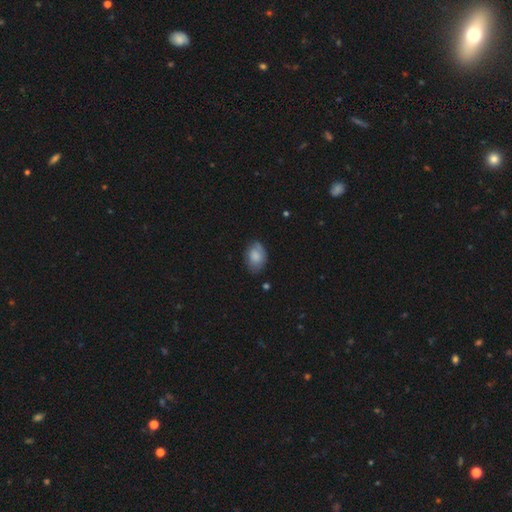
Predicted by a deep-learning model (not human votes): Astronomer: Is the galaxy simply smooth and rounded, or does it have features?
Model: smooth — 79%.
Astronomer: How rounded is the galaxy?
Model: in between — 82%.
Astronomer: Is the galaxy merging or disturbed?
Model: none — 67%.